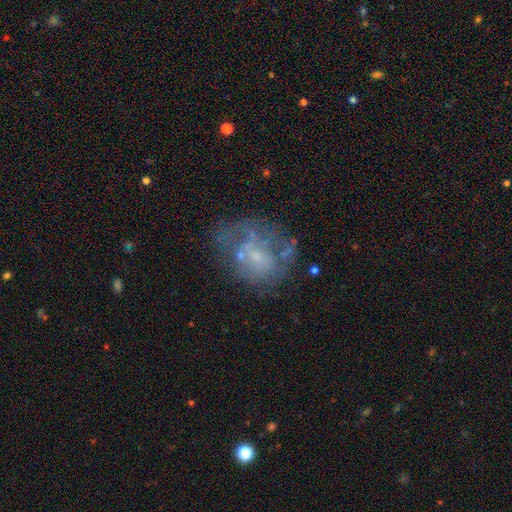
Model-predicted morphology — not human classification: This is possibly a featured or disk galaxy (56%). It is clearly not viewed edge-on (98%). Bar: likely no (79%). Spiral arm pattern: likely no (75%). Central bulge: marginally small (44%). Merging: marginally none (44%).